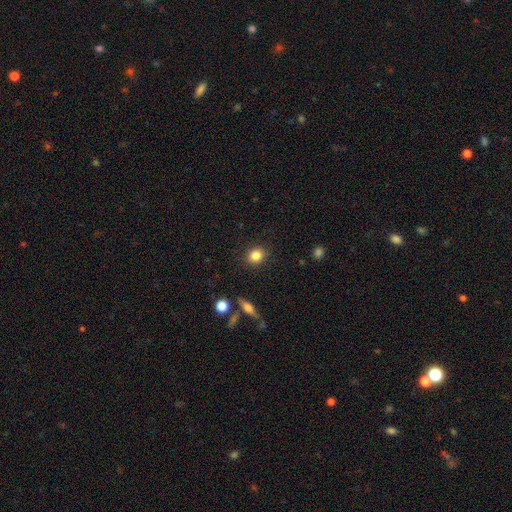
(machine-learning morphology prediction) smooth_or_featured: smooth (p=0.84) [alt: star or artifact p=0.09]
how_rounded: round (p=0.67) [alt: in between p=0.32]
merging: none (p=0.89) [alt: minor disturbance p=0.07]